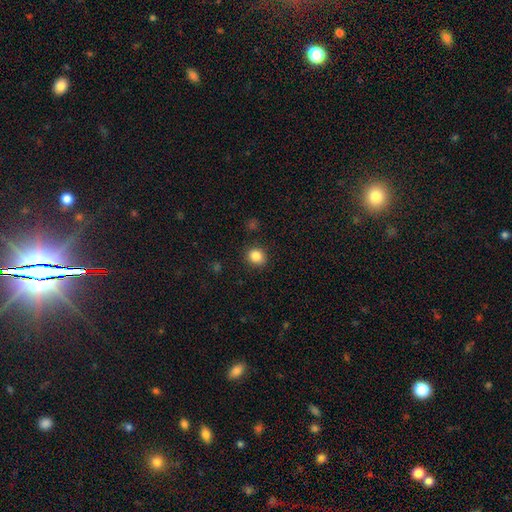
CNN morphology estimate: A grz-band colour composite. It shows a smooth galaxy with no disk features (84%) that is round (78%). Merging: none (88%).